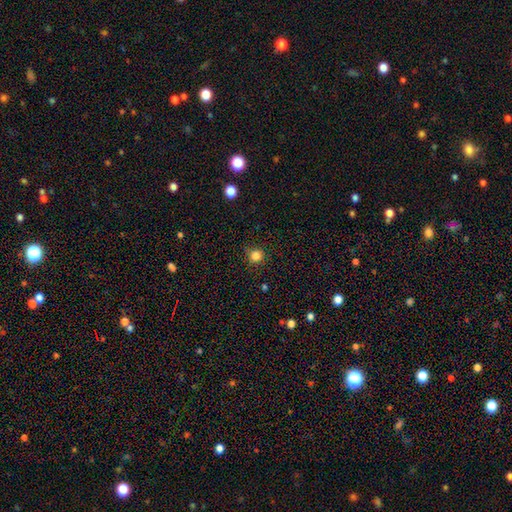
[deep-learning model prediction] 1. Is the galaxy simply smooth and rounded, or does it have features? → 83% smooth, 13% star or artifact, 4% featured or disk.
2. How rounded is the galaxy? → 92% round, 7% in between, 1% cigar-shaped.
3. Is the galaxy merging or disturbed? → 85% none, 11% minor disturbance, 3% major disturbance, 1% merger.